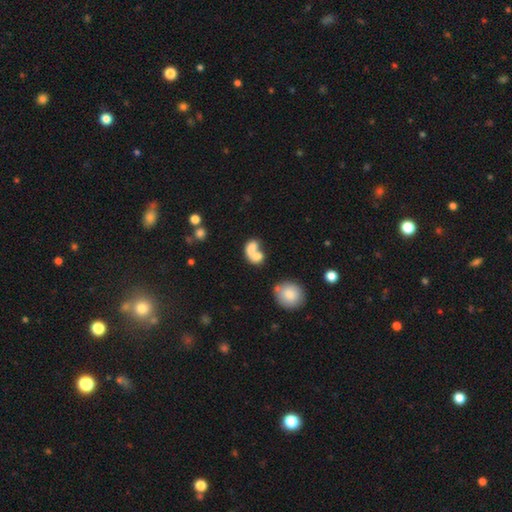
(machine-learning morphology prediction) The model was most divided on "how rounded": in between: 70%, round: 28%, cigar-shaped: 2%. More confident: smooth or featured — smooth (72%); merging — merger (66%).